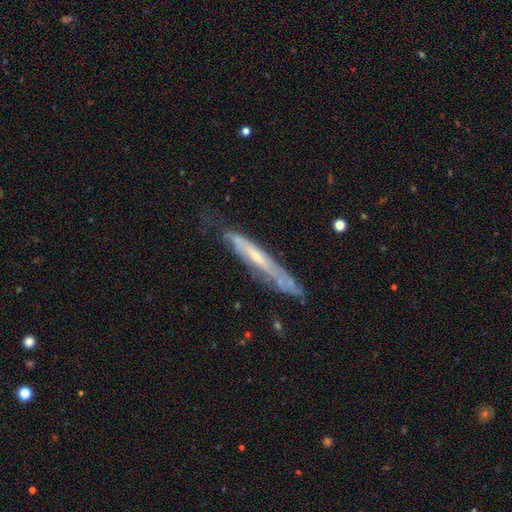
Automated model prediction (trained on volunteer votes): Q: Smooth or featured?
A: featured or disk (70%); runner-up: smooth (24%)
Q: Edge-on disk?
A: yes (65%); runner-up: no (35%)
Q: Merging?
A: none (56%); runner-up: minor disturbance (29%)